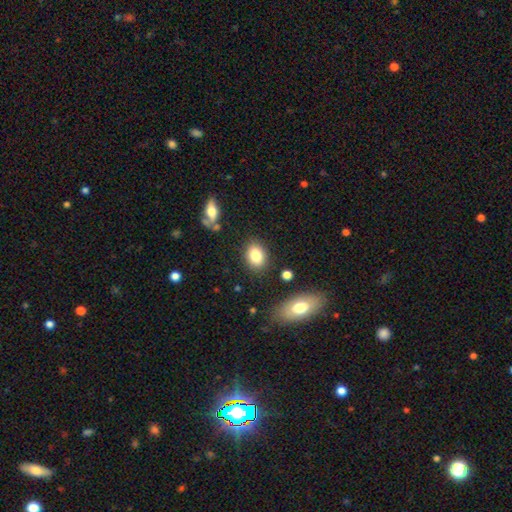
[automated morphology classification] smooth-or-featured: smooth: 83% | star or artifact: 9% | featured or disk: 8%
  how-rounded: in between: 70% | round: 28% | cigar-shaped: 1%
  merging: none: 83% | minor disturbance: 11% | merger: 3% | major disturbance: 3%